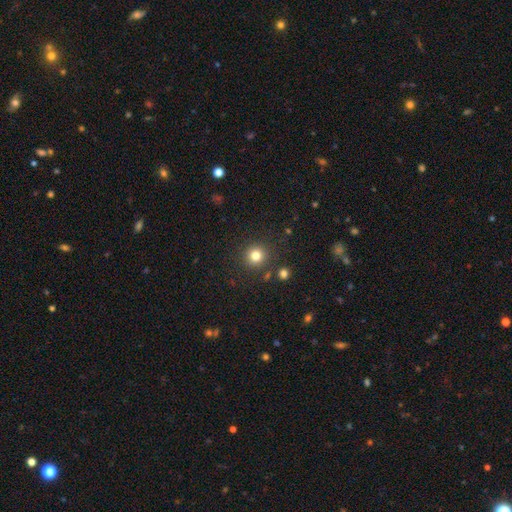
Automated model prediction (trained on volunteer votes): A smooth galaxy with no disk features (80%) that is round (93%). Merging: none (88%).